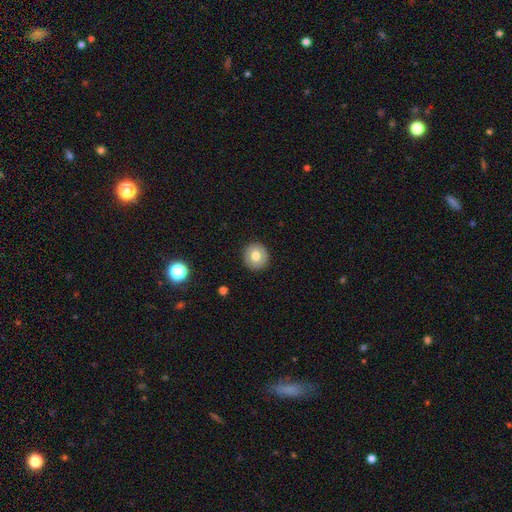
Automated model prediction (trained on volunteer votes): This appears to be a smooth galaxy with no disk features (73%) that is round (94%). Merging: none (91%).